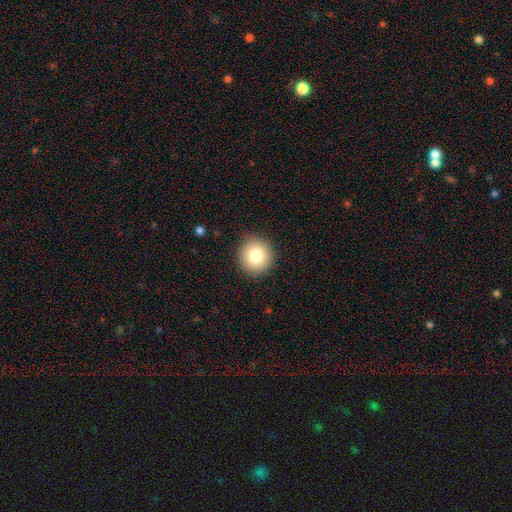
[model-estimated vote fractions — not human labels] Q: Smooth or featured?
A: smooth (82%); runner-up: star or artifact (9%)
Q: How rounded?
A: round (91%); runner-up: in between (8%)
Q: Merging?
A: none (90%); runner-up: minor disturbance (7%)